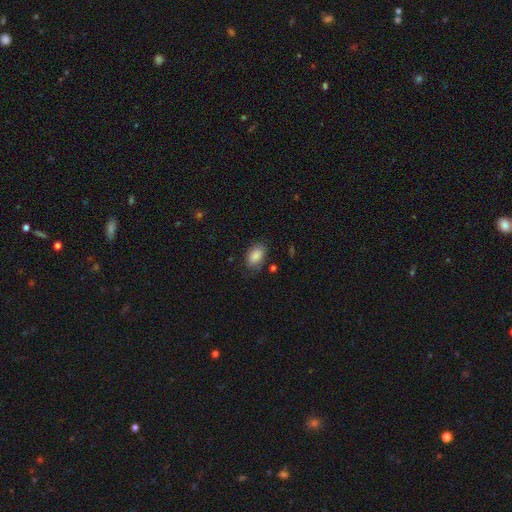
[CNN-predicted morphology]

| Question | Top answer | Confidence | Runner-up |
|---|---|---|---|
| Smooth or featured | smooth | 83% | featured or disk (9%) |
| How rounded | in between | 91% | round (8%) |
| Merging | none | 70% | minor disturbance (21%) |